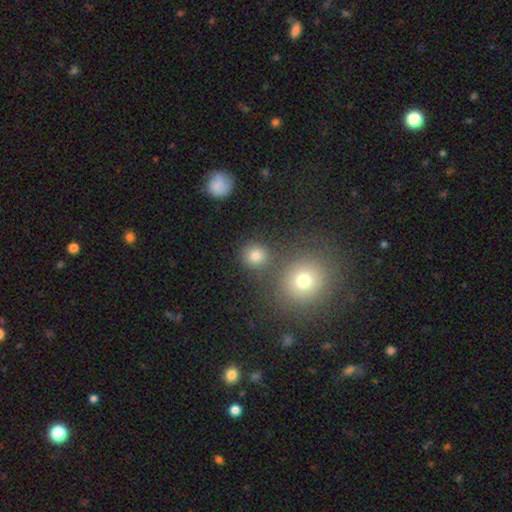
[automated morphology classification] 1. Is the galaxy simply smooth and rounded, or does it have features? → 77% smooth, 16% star or artifact, 7% featured or disk.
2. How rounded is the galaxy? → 90% round, 9% in between, 1% cigar-shaped.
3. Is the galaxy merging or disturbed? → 79% none, 10% merger, 7% minor disturbance, 3% major disturbance.